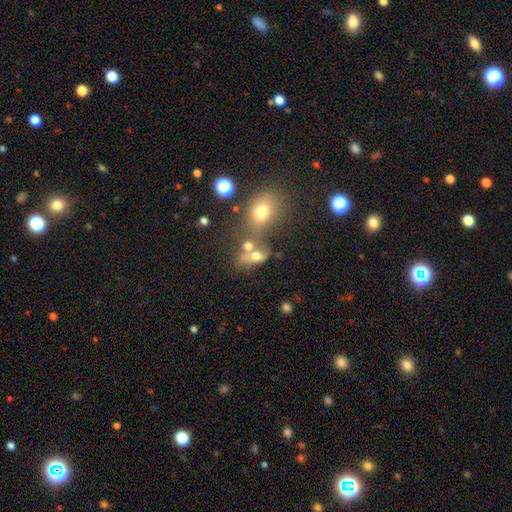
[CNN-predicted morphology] Smooth or featured?
  - smooth: 63% *
  - featured or disk: 21%
  - star or artifact: 16%
How rounded?
  - in between: 66% *
  - round: 28%
  - cigar-shaped: 6%
Merging?
  - merger: 48% *
  - none: 30%
  - minor disturbance: 12%
  - major disturbance: 10%